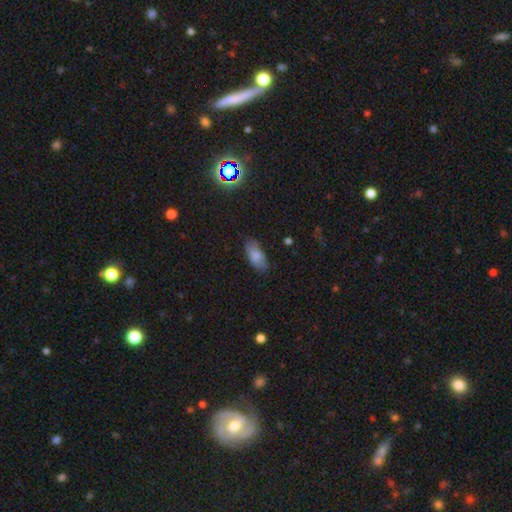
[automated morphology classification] Q: Smooth or featured?
A: smooth (81%); runner-up: featured or disk (11%)
Q: How rounded?
A: in between (89%); runner-up: cigar-shaped (9%)
Q: Merging?
A: none (77%); runner-up: minor disturbance (17%)